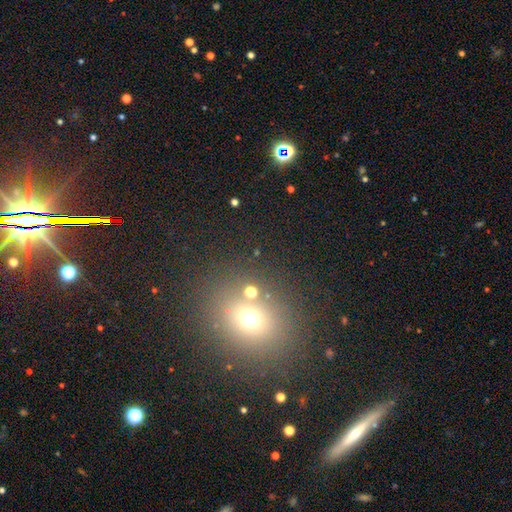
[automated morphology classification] smooth_or_featured: star or artifact (p=0.44) [tied with: smooth p=0.44]